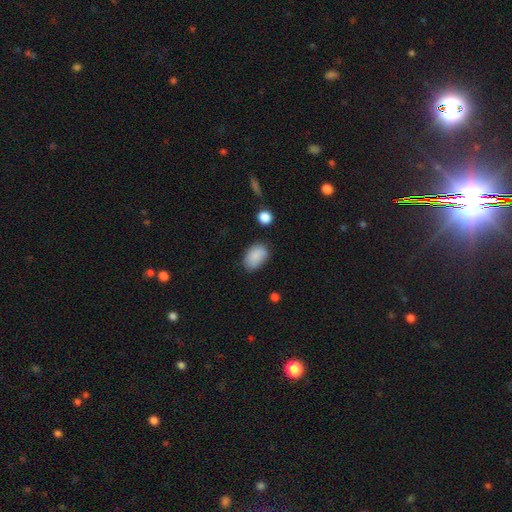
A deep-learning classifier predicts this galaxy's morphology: Overall: smooth (86%). How rounded: in between (87%). Merging: none (70%).